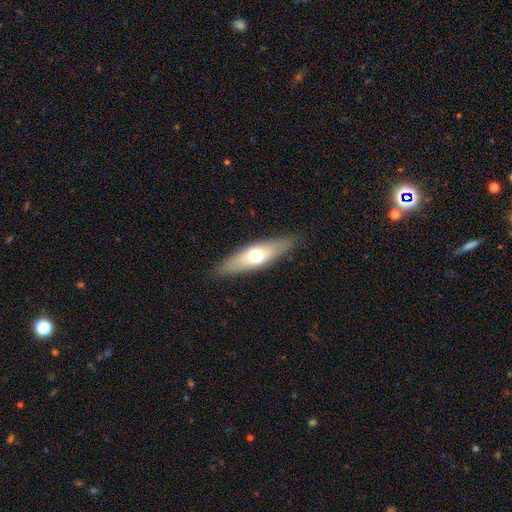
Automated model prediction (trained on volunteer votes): Smooth or featured?
  - smooth: 57% *
  - featured or disk: 37%
  - star or artifact: 6%
How rounded?
  - cigar-shaped: 57% *
  - in between: 40%
  - round: 2%
Merging?
  - none: 87% *
  - minor disturbance: 9%
  - major disturbance: 3%
  - merger: 1%